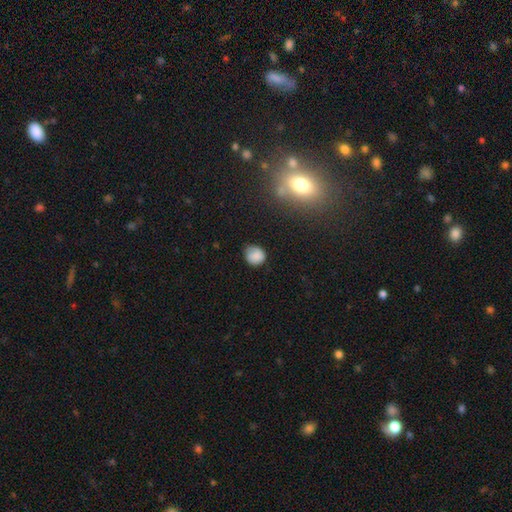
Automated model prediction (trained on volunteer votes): Overall: smooth (79%). How rounded: round (73%). Merging: none (62%; minor disturbance 29%).